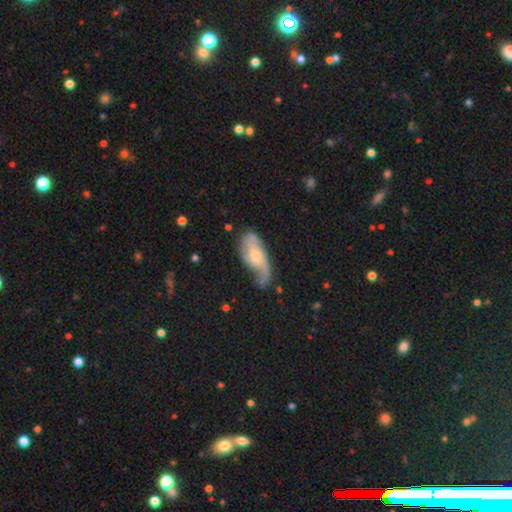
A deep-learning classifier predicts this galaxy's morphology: type=featured or disk (69%); edge-on=no (91%); bar=no (64%); spiral arms=yes (88%); winding=loose (41%); arm count=2 (56%); bulge=moderate (57%); merging=none (42%).